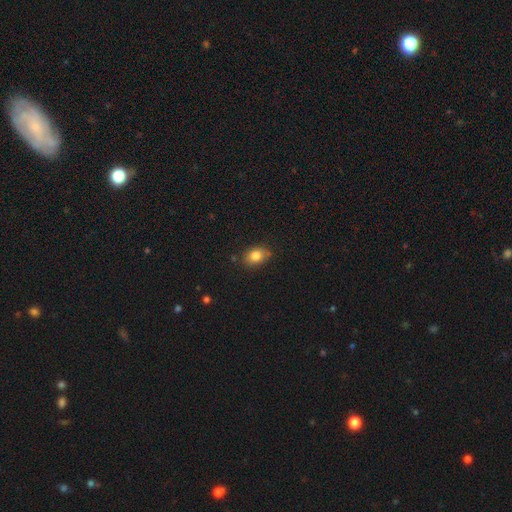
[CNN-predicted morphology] Smooth or featured?
  - smooth: 82% *
  - star or artifact: 10%
  - featured or disk: 8%
How rounded?
  - in between: 69% *
  - round: 29%
  - cigar-shaped: 1%
Merging?
  - none: 78% *
  - minor disturbance: 17%
  - major disturbance: 3%
  - merger: 3%